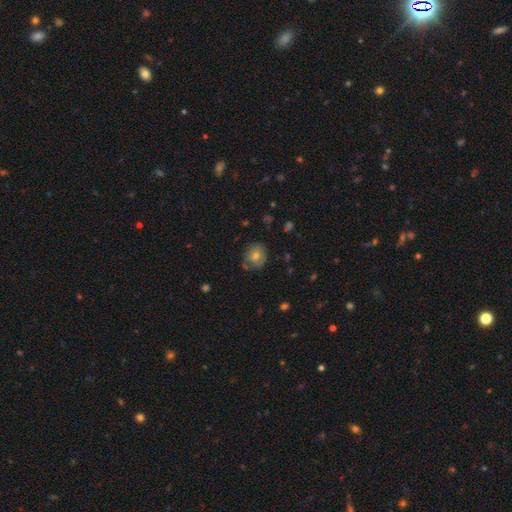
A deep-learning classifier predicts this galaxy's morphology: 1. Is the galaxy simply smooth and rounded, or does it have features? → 70% smooth, 18% featured or disk, 11% star or artifact.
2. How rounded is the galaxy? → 80% round, 19% in between, 1% cigar-shaped.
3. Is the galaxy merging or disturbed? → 75% none, 18% minor disturbance, 4% major disturbance, 3% merger.